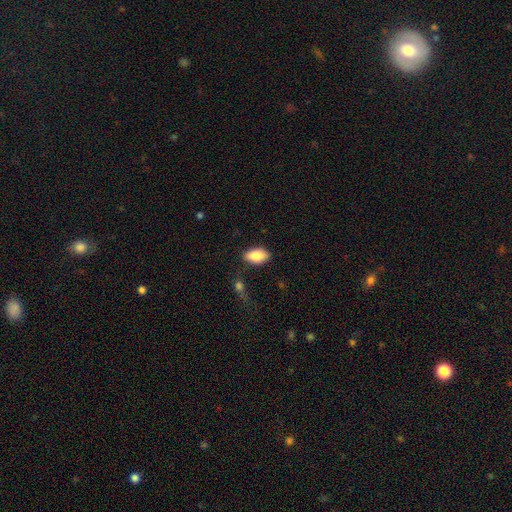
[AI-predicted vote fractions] Smooth or featured? smooth (83%)
How rounded? in between (92%)
Merging? none (81%)